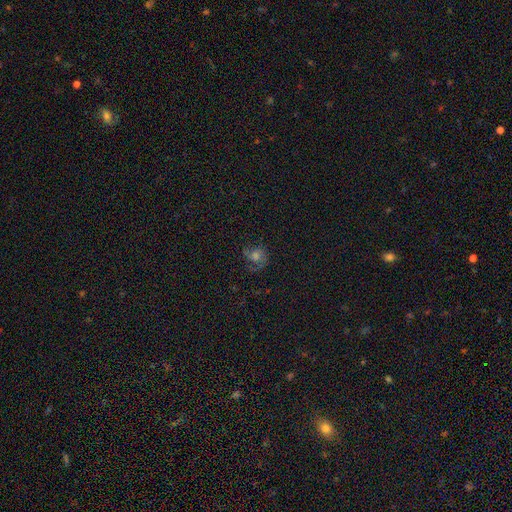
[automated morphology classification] This is possibly a featured or disk galaxy (53%). It is clearly not viewed edge-on (97%). Bar: likely no (74%). Spiral arm pattern: clearly yes (87%). Central bulge: possibly moderate (52%). Merging: likely none (61%).